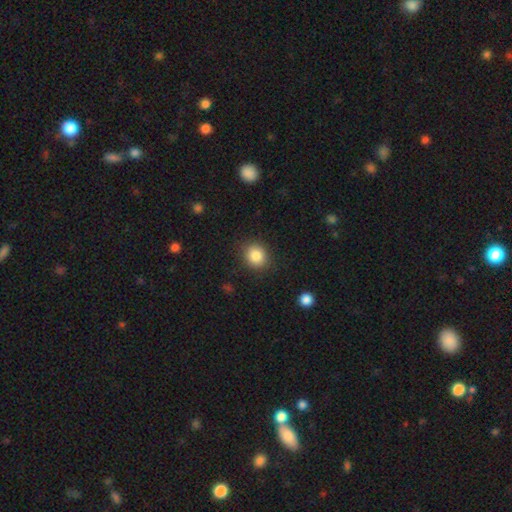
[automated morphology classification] This appears to be a smooth galaxy with no disk features (85%) that is round (76%). Merging: none (87%).